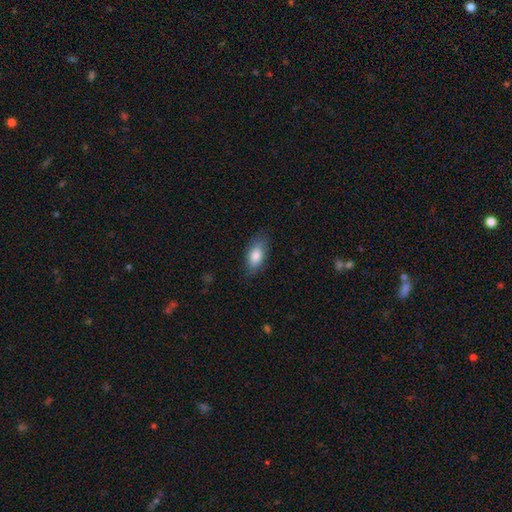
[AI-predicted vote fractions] Morphology: type=smooth (82%); roundness=in between (86%); merging=none (78%).